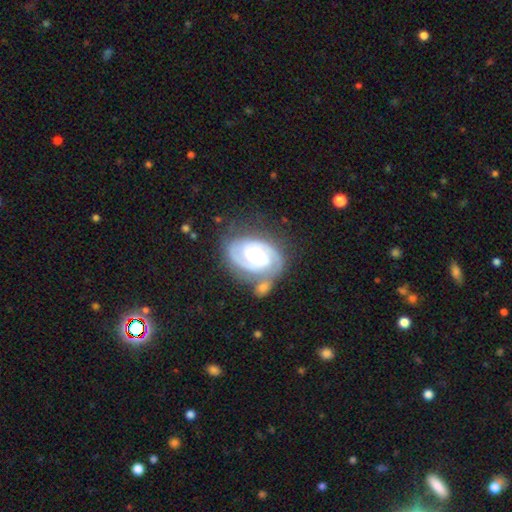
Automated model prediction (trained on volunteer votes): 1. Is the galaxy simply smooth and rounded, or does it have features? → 89% featured or disk, 7% smooth, 4% star or artifact.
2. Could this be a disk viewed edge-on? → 97% no, 3% yes.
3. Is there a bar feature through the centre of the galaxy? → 54% no, 34% weak, 11% strong.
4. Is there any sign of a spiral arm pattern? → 97% yes, 3% no.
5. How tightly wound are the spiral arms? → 65% tight, 30% medium, 5% loose.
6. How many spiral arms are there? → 81% 2, 7% 3, 6% can't tell, 3% 1, 1% 4, 1% more than 4.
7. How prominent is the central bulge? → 72% moderate, 13% large, 12% small, 1% dominant, 1% none.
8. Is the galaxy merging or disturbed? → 56% none, 19% minor disturbance, 18% merger, 8% major disturbance.